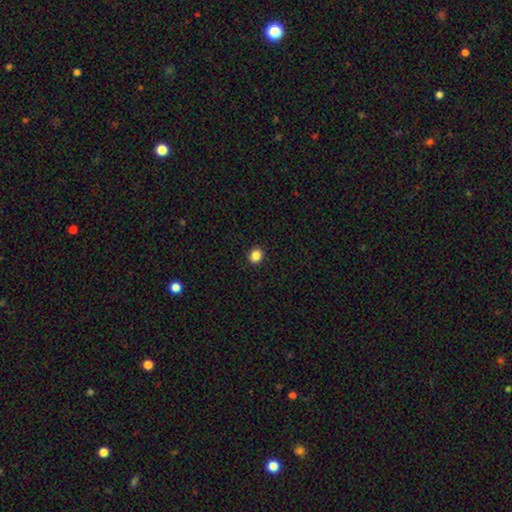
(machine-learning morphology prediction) The model was most divided on "how rounded": round: 78%, in between: 21%, cigar-shaped: 1%. More confident: merging — none (92%); smooth or featured — smooth (86%).